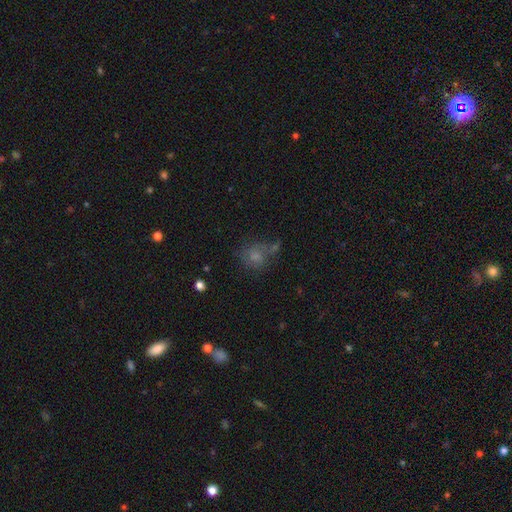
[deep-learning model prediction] This is likely a smooth galaxy (67%). How rounded: likely round (72%). Merging: possibly none (48%).